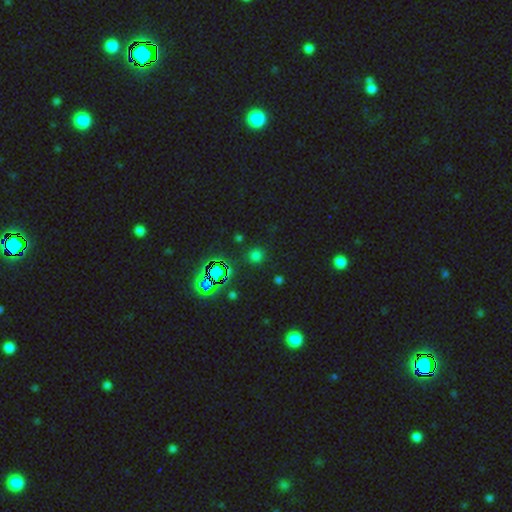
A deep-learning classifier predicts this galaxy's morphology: Smooth or featured?
  - smooth: 59% *
  - star or artifact: 35%
  - featured or disk: 6%
How rounded?
  - round: 92% *
  - in between: 7%
  - cigar-shaped: 1%
Merging?
  - none: 87% *
  - minor disturbance: 7%
  - major disturbance: 3%
  - merger: 2%